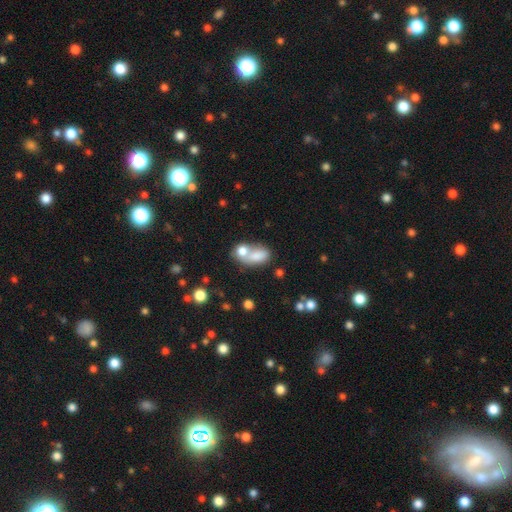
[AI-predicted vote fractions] This appears to be a smooth galaxy with no disk features (75%) that is in between round and cigar-shaped (80%). Merging: merger (62%).